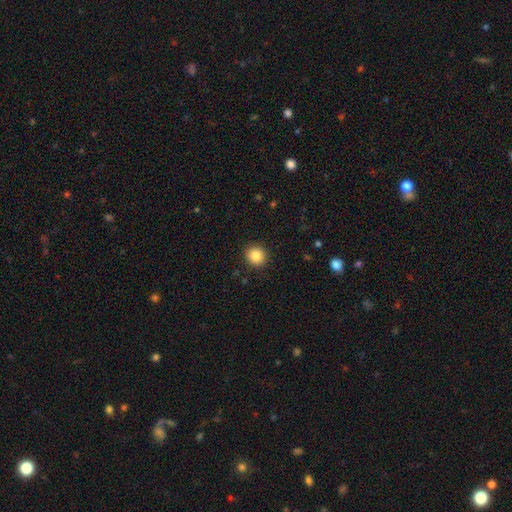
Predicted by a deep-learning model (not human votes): A smooth galaxy with no disk features (85%) that is round (89%). Merging: none (92%).